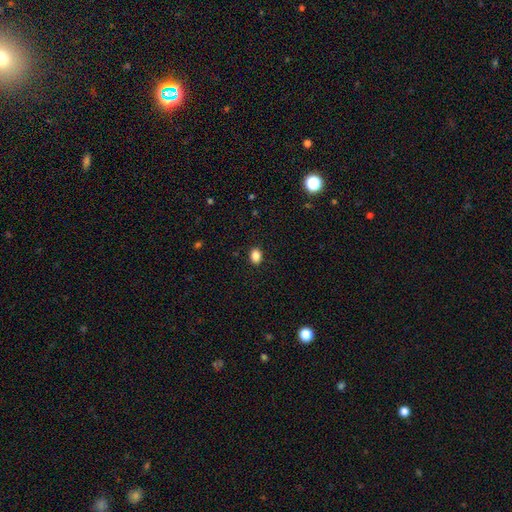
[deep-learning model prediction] A smooth galaxy with no disk features (87%) that is in between round and cigar-shaped (62%). Merging: none (90%).